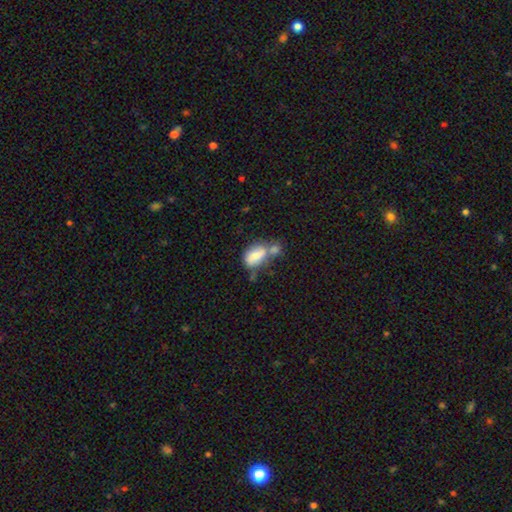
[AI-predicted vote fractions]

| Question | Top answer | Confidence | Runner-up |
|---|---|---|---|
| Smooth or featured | smooth | 68% | featured or disk (24%) |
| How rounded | in between | 87% | round (10%) |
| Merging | merger | 48% | none (29%) |